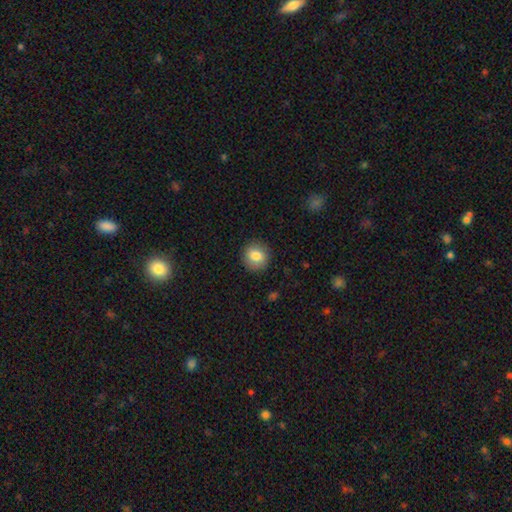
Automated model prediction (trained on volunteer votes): Smooth or featured: smooth — 82% (featured or disk — 9%)
How rounded: round — 89% (in between — 10%)
Merging: none — 90% (minor disturbance — 7%)